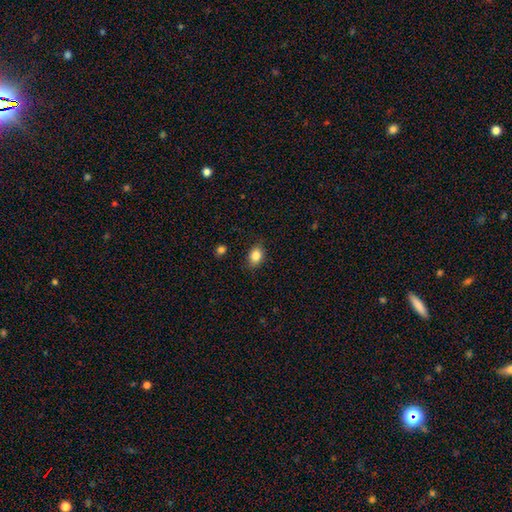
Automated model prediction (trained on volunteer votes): Smooth or featured: smooth — 84% (star or artifact — 9%)
How rounded: in between — 67% (round — 31%)
Merging: none — 83% (minor disturbance — 13%)